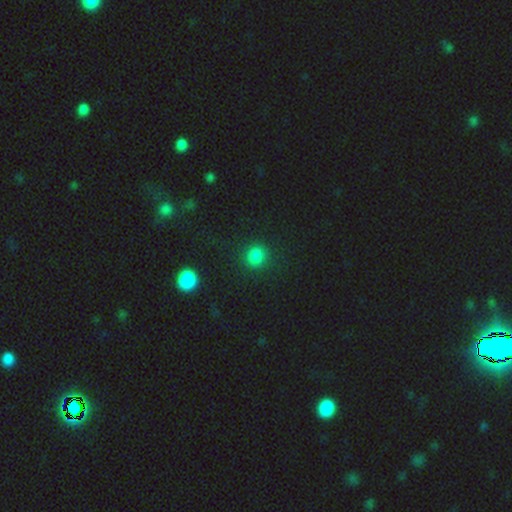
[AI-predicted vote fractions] smooth-or-featured: smooth: 80% | star or artifact: 15% | featured or disk: 4%
  how-rounded: round: 75% | in between: 24% | cigar-shaped: 2%
  merging: none: 88% | minor disturbance: 7% | major disturbance: 3% | merger: 2%